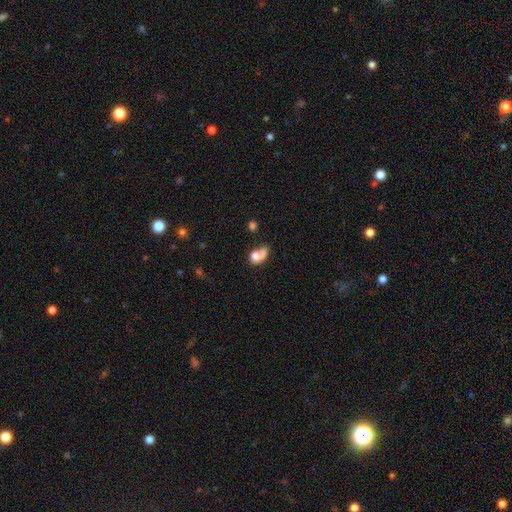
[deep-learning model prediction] Morphology: type=smooth (71%); roundness=in between (53%); merging=merger (48%).